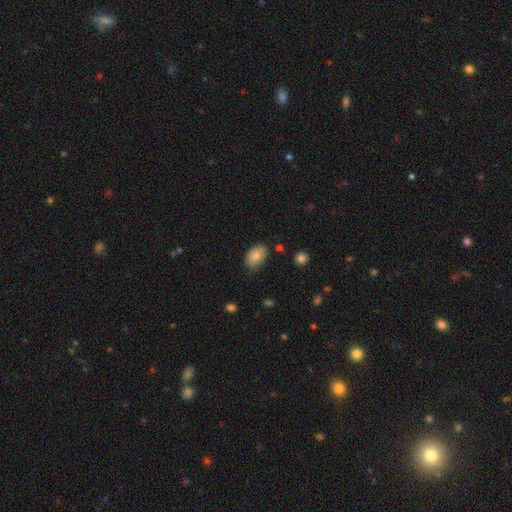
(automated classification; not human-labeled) A smooth galaxy with no disk features (84%) that is in between round and cigar-shaped (90%).

Vote fractions:
- Smooth or featured? smooth: 84% / featured or disk: 9% / star or artifact: 7%
- How rounded? in between: 90% / round: 8% / cigar-shaped: 1%
- Merging? none: 73% / minor disturbance: 21% / major disturbance: 4% / merger: 2%